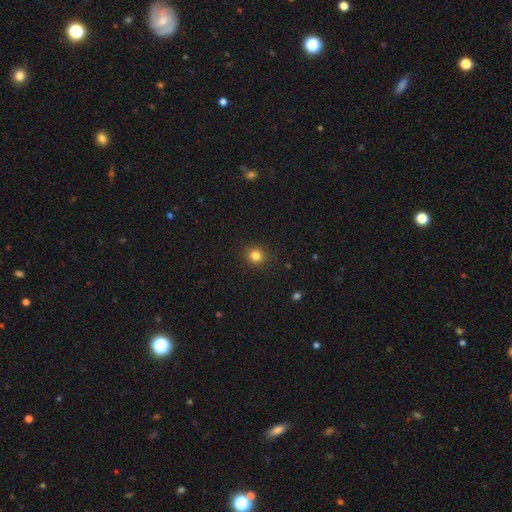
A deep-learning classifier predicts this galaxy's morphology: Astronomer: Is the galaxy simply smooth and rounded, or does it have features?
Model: smooth — 83%.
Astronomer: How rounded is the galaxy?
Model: round — 86%.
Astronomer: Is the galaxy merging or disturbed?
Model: none — 91%.